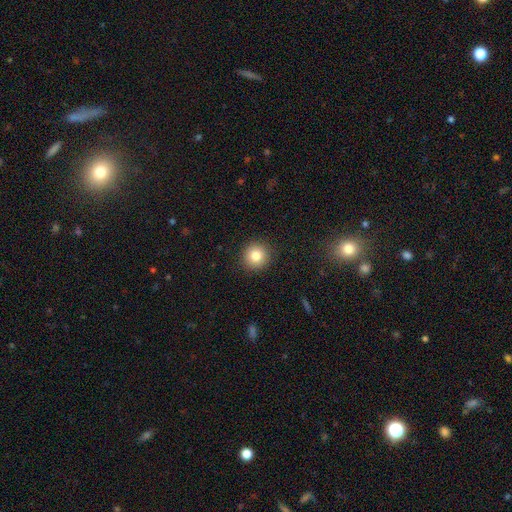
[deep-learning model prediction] This is clearly a smooth galaxy (82%). How rounded: clearly round (94%). Merging: clearly none (92%).